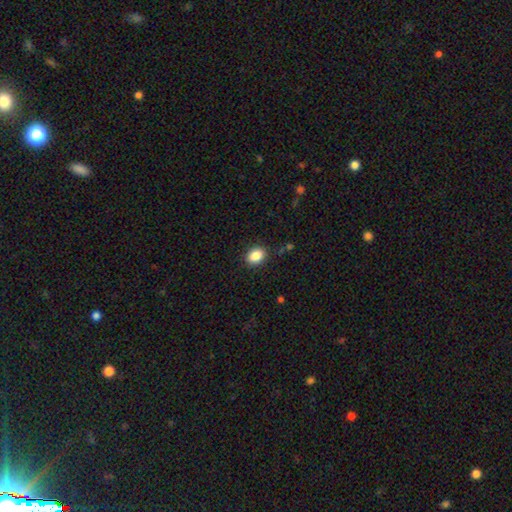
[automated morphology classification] A smooth galaxy with no disk features (87%) that is in between round and cigar-shaped (68%).

Vote fractions:
- Smooth or featured? smooth: 87% / star or artifact: 9% / featured or disk: 5%
- How rounded? in between: 68% / round: 31% / cigar-shaped: 1%
- Merging? none: 87% / minor disturbance: 9% / major disturbance: 2% / merger: 1%